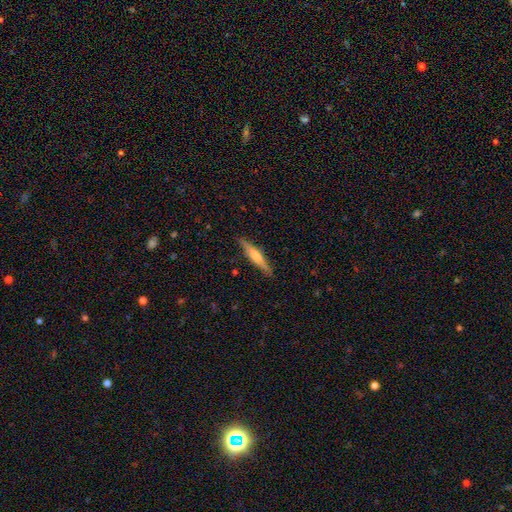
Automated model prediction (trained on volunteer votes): Smooth or featured? featured or disk (48%)
Merging? none (87%)